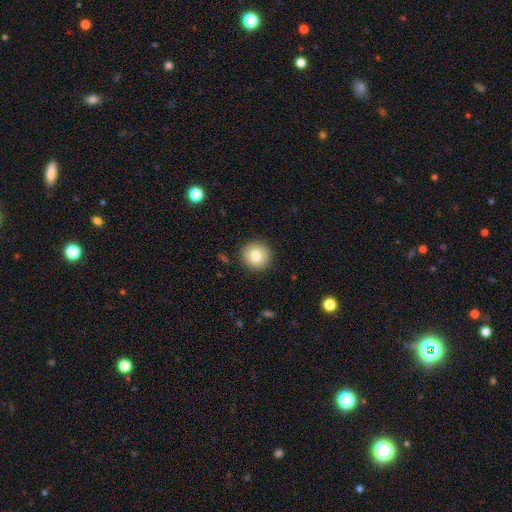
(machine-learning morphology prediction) smooth-or-featured: smooth: 82% | featured or disk: 10% | star or artifact: 9%
  how-rounded: round: 95% | in between: 5% | cigar-shaped: 1%
  merging: none: 91% | minor disturbance: 6% | major disturbance: 2% | merger: 1%